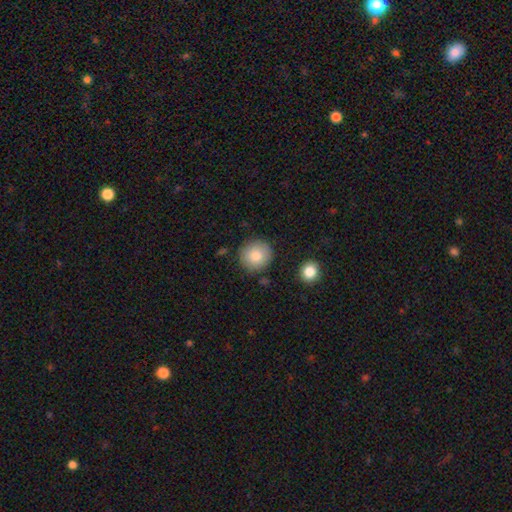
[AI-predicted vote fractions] A smooth galaxy with no disk features (84%) that is round (92%).

Vote fractions:
- Smooth or featured? smooth: 84% / featured or disk: 9% / star or artifact: 8%
- How rounded? round: 92% / in between: 7% / cigar-shaped: 1%
- Merging? none: 85% / minor disturbance: 9% / merger: 3% / major disturbance: 3%